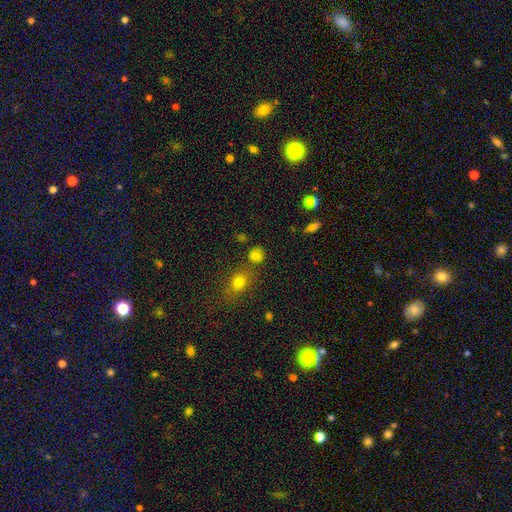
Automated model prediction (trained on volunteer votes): Smooth or featured? Predicted: smooth (p=0.76). How rounded? Predicted: round (p=0.76). Merging? Predicted: none (p=0.70).